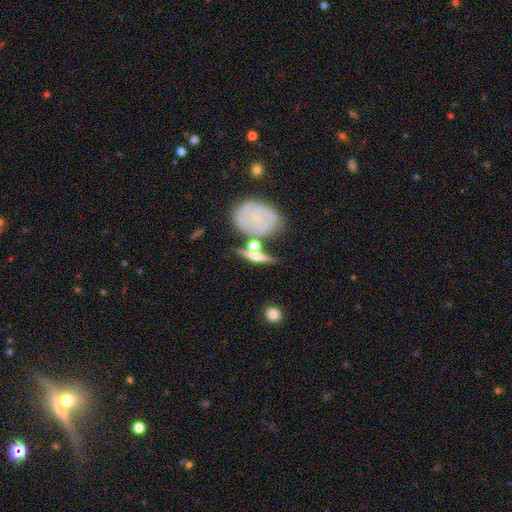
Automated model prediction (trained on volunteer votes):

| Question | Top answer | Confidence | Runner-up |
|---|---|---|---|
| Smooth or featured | featured or disk | 62% | smooth (29%) |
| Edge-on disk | yes | 78% | no (22%) |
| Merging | none | 61% | merger (18%) |